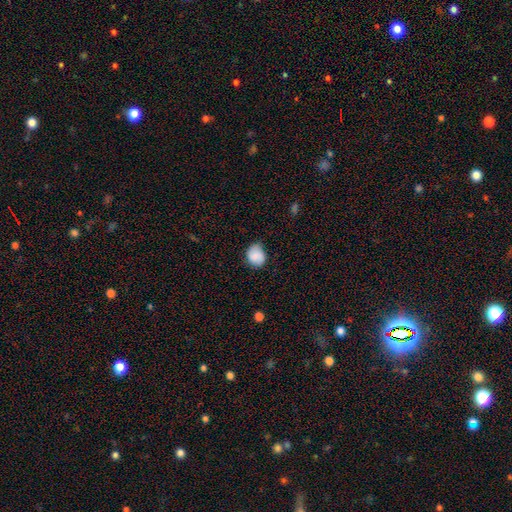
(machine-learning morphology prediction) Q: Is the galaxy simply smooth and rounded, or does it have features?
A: smooth — 83%.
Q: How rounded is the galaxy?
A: round — 65%.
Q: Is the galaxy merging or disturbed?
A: none — 64%.